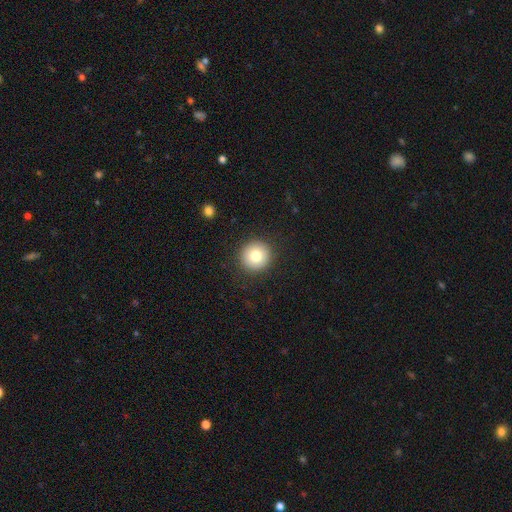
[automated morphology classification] smooth-or-featured: smooth: 79% | featured or disk: 11% | star or artifact: 10%
  how-rounded: round: 95% | in between: 4% | cigar-shaped: 1%
  merging: none: 91% | minor disturbance: 6% | major disturbance: 2% | merger: 1%